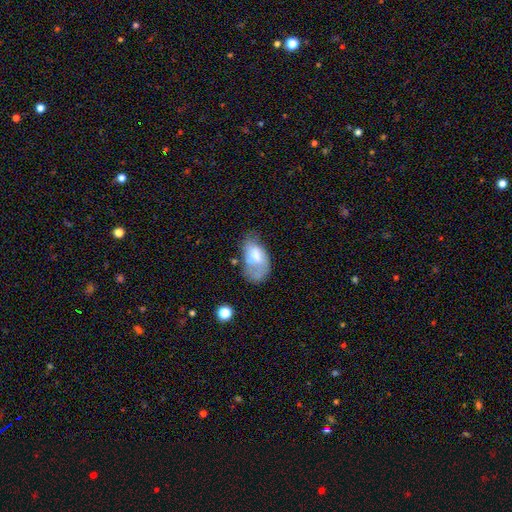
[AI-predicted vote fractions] smooth_or_featured: smooth (p=0.58) [alt: featured or disk p=0.34]
how_rounded: in between (p=0.93) [alt: round p=0.05]
merging: none (p=0.35) [alt: minor disturbance p=0.32]